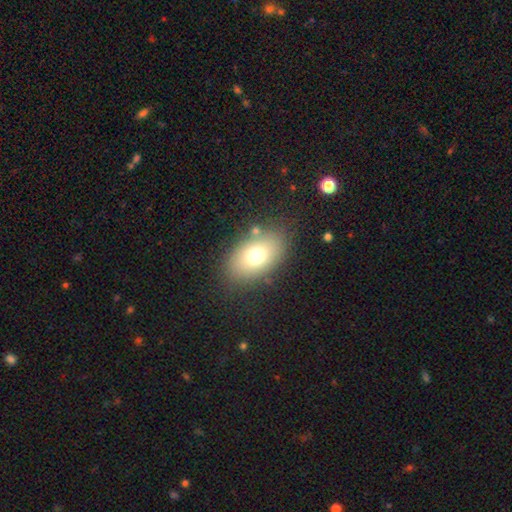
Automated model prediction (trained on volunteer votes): A smooth galaxy with no disk features (74%) that is in between round and cigar-shaped (87%). Merging: none (81%).